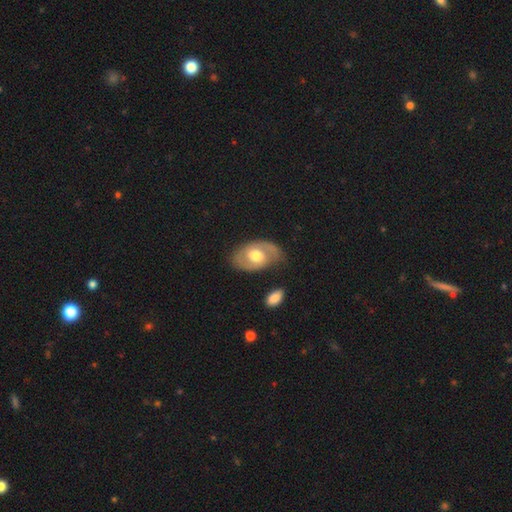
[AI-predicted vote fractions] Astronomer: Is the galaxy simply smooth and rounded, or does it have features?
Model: featured or disk — 62%.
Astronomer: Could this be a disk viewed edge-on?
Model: no — 95%.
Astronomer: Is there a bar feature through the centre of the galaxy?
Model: no — 60%.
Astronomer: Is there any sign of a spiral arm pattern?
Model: yes — 67%.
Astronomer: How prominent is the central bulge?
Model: moderate — 68%.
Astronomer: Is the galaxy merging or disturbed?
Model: none — 73%.